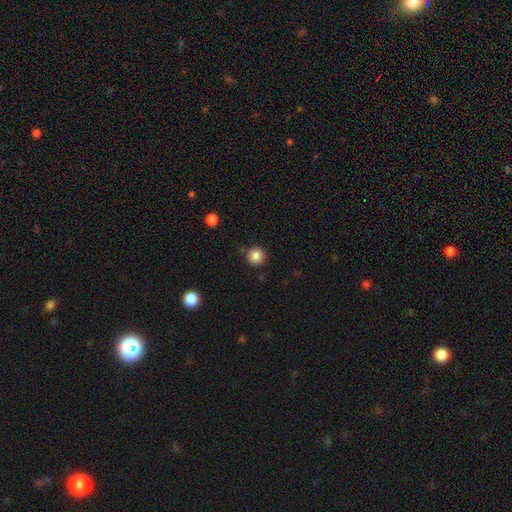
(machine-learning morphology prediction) type=smooth (86%); roundness=round (95%); merging=none (88%).